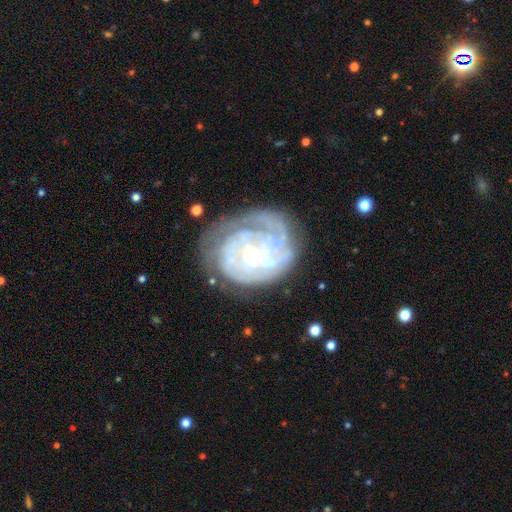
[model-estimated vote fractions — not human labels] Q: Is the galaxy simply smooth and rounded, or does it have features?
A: featured or disk — 82%.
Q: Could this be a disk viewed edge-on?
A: no — 98%.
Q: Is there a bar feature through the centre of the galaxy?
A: no — 72%.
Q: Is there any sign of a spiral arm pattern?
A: yes — 91%.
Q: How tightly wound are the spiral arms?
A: tight — 75%.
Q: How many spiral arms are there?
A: can't tell — 42%.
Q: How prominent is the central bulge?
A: small — 79%.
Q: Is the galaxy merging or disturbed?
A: none — 59%.